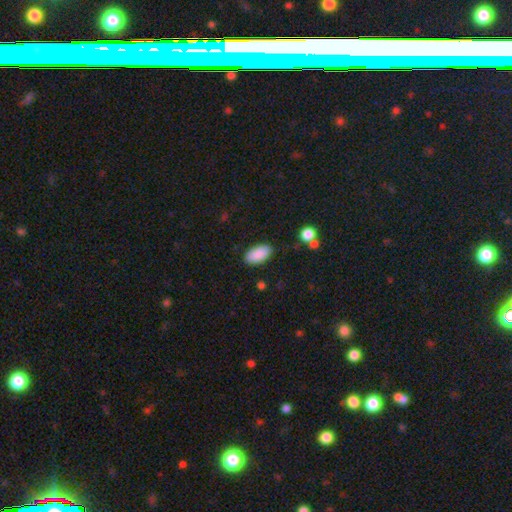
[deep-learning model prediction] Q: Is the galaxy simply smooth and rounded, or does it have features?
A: smooth — 89%.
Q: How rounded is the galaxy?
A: in between — 94%.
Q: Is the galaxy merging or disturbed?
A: none — 85%.